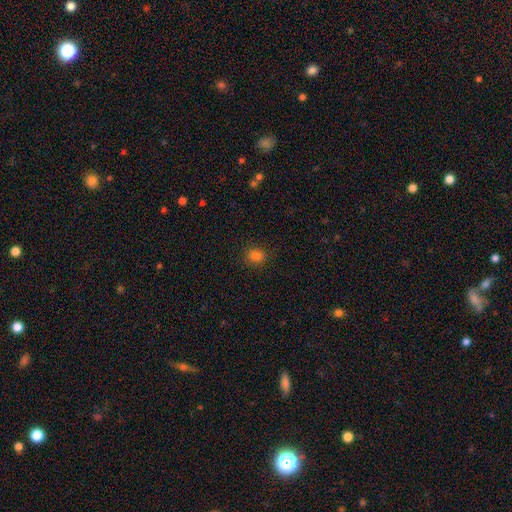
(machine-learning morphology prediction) The model was most divided on "how rounded": round: 73%, in between: 26%, cigar-shaped: 1%. More confident: merging — none (88%); smooth or featured — smooth (82%).